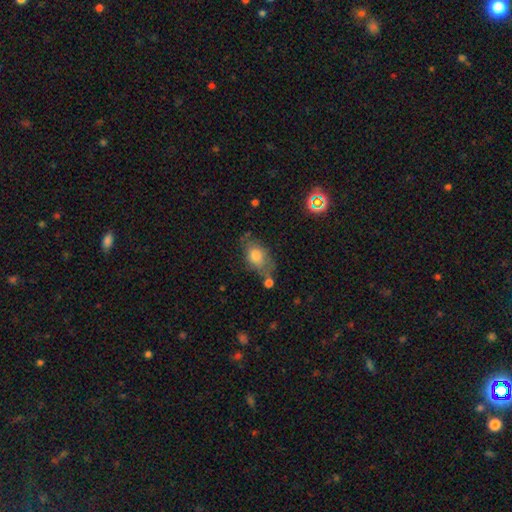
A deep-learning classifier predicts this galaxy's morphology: smooth-or-featured: smooth: 71% | featured or disk: 21% | star or artifact: 9%
  how-rounded: in between: 81% | round: 16% | cigar-shaped: 3%
  merging: none: 46% | minor disturbance: 28% | major disturbance: 14% | merger: 12%